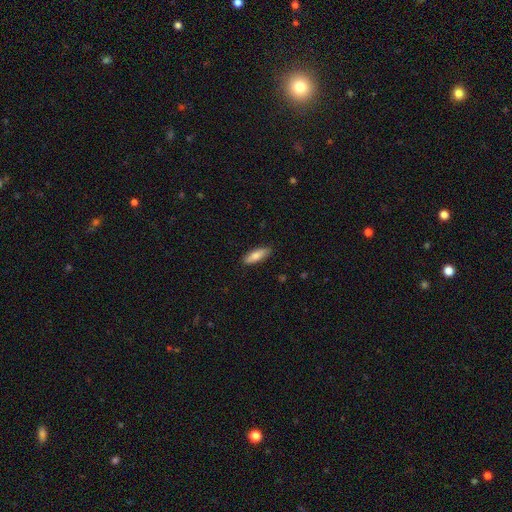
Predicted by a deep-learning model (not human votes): This is likely a smooth galaxy (79%). How rounded: possibly in between (56%). Merging: clearly none (88%).